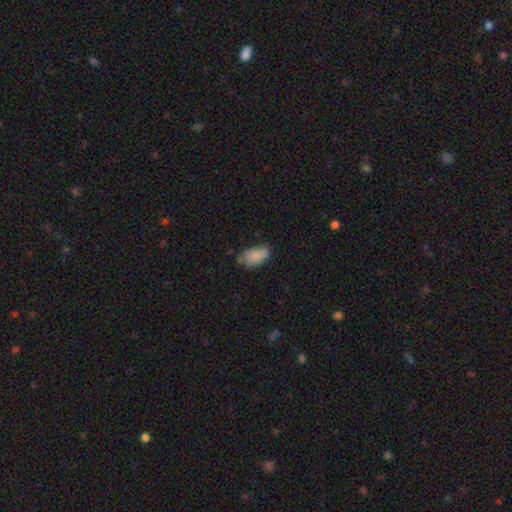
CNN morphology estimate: This is clearly a smooth galaxy (85%). How rounded: clearly in between (94%). Merging: likely none (61%).